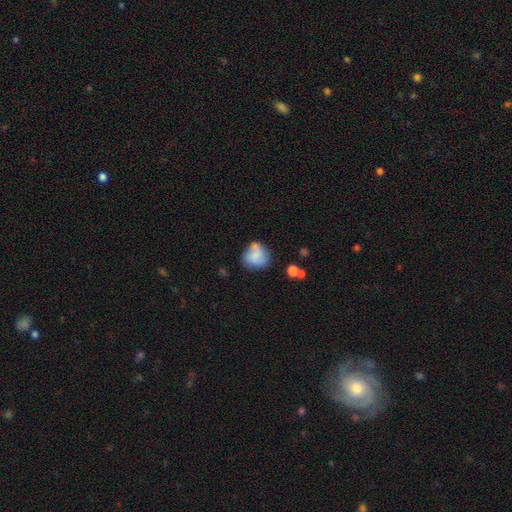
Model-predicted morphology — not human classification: Overall: smooth (74%). How rounded: round (75%). Merging: none (50%; minor disturbance 23%).